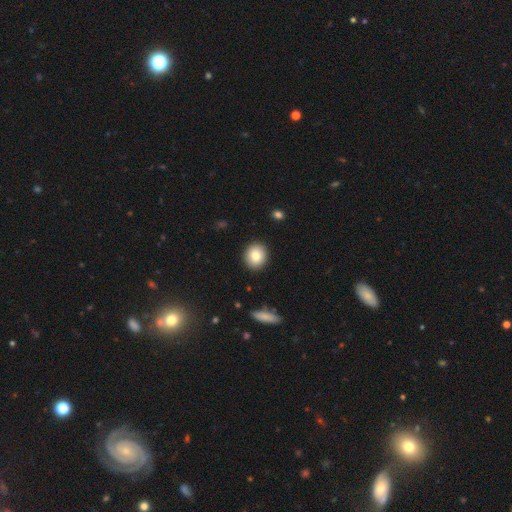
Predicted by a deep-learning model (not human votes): smooth 83%, featured or disk 8%, star or artifact 8%. Down the decision tree: how rounded — round (78%); merging — none (91%).